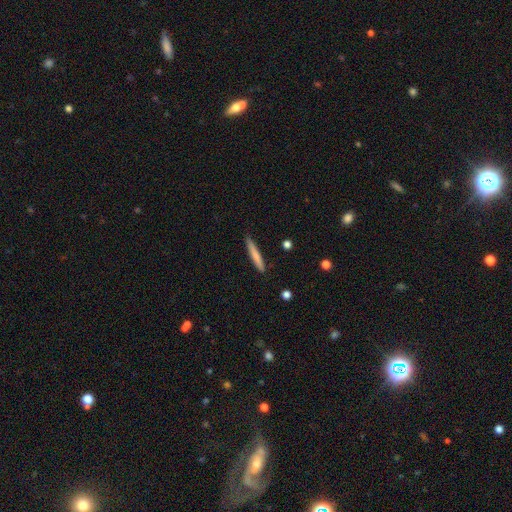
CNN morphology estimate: This appears to be a smooth galaxy with no disk features (73%) that is cigar-shaped (95%). Merging: none (88%).